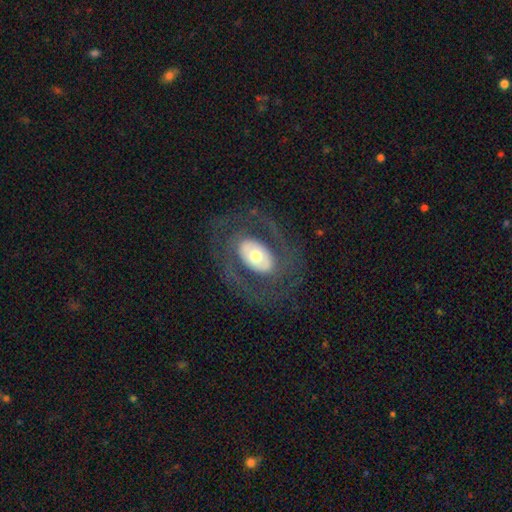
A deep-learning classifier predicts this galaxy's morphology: type=featured or disk (67%); edge-on=no (93%); bar=no (72%); spiral arms=yes (53%); bulge=moderate (60%); merging=none (73%).